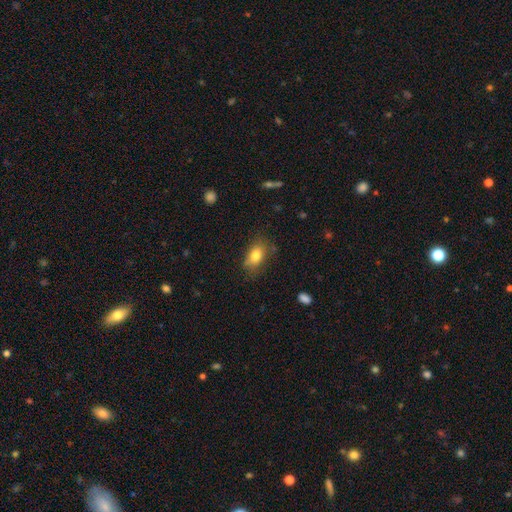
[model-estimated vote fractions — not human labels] Smooth or featured? smooth (80%)
How rounded? in between (83%)
Merging? none (72%)